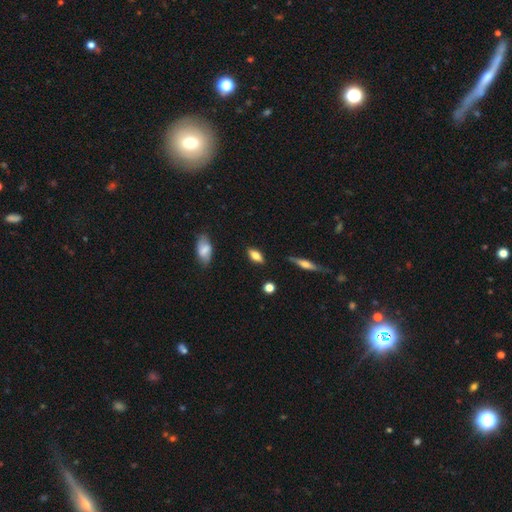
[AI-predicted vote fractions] Smooth or featured? smooth (73%)
How rounded? in between (81%)
Merging? none (83%)